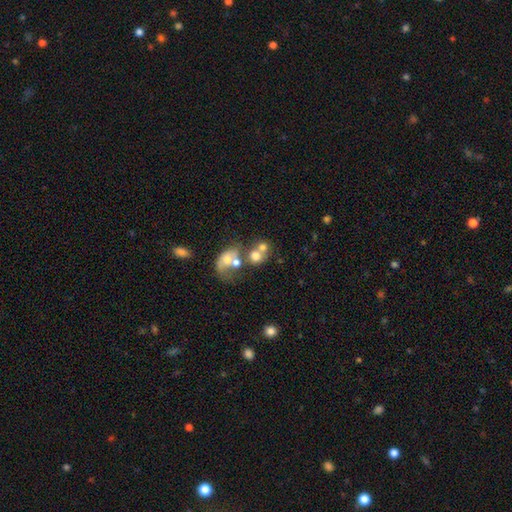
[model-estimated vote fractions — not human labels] Morphology: type=smooth (63%); roundness=round (66%); merging=merger (56%).